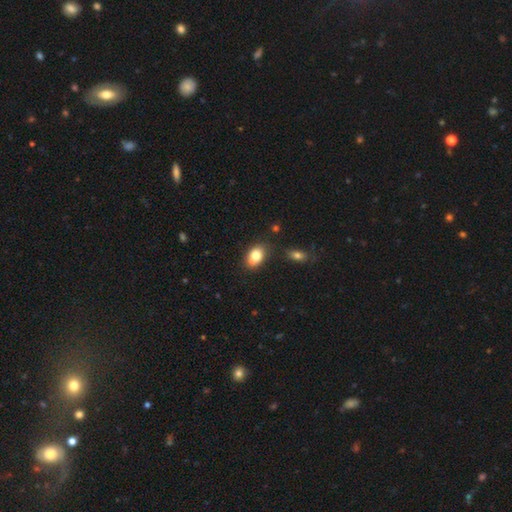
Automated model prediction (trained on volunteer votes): This is clearly a smooth galaxy (82%). How rounded: clearly in between (85%). Merging: likely none (73%).